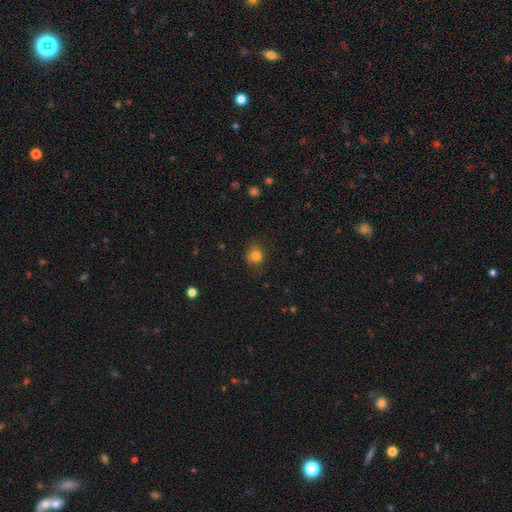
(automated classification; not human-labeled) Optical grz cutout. It shows a smooth galaxy with no disk features (82%) that is round (73%). Merging: none (71%).